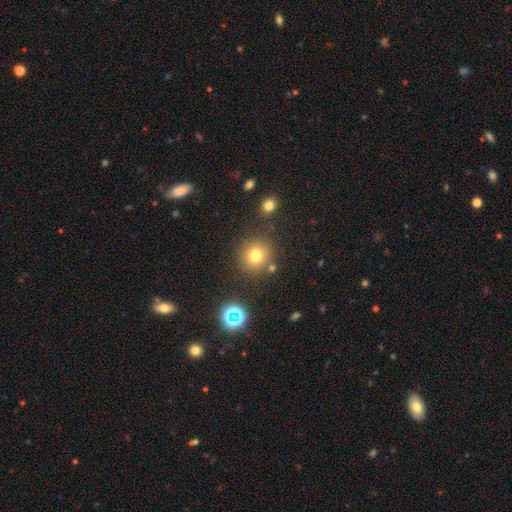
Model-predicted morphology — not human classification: Q: Smooth or featured?
A: smooth (74%); runner-up: star or artifact (17%)
Q: How rounded?
A: round (92%); runner-up: in between (7%)
Q: Merging?
A: none (82%); runner-up: minor disturbance (9%)